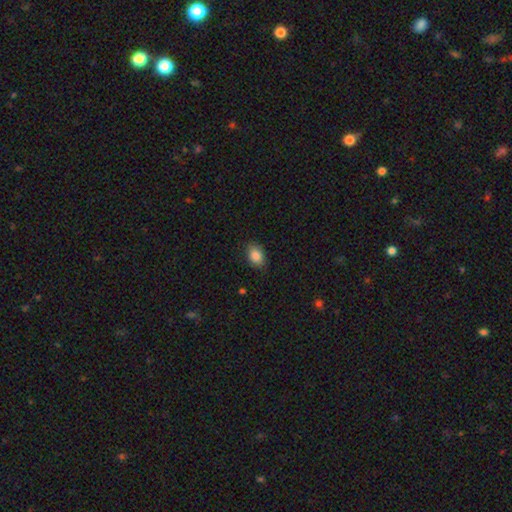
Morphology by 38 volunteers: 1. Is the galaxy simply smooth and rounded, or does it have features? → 89% smooth, 5% featured or disk, 5% star or artifact.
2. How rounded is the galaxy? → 62% in between, 35% round, 3% cigar-shaped.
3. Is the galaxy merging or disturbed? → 83% none, 11% minor disturbance, 6% major disturbance, 0% merger.